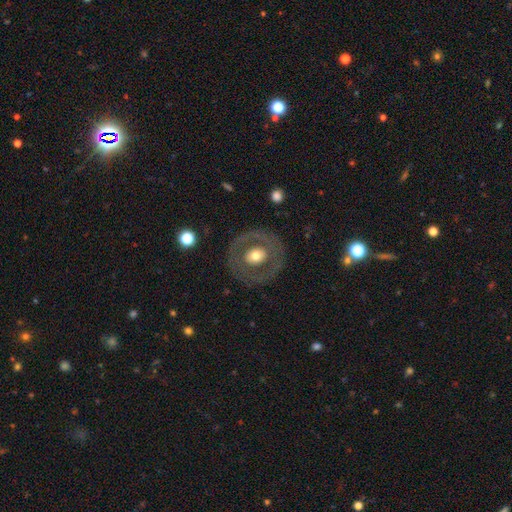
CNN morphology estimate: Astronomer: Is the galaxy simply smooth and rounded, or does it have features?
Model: featured or disk — 51% (runner-up: smooth, 43%).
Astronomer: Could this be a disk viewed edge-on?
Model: no — 95%.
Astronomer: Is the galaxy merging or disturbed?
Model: none — 83%.